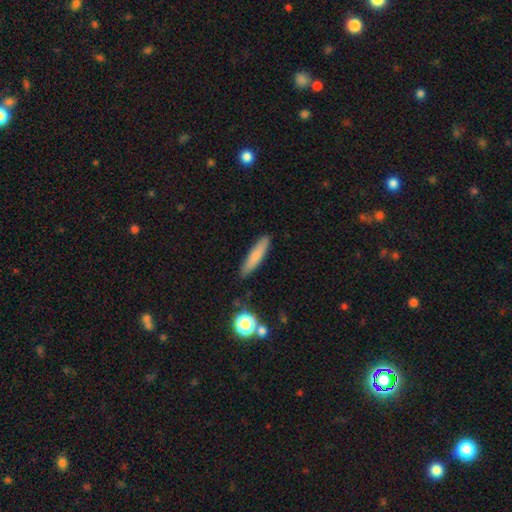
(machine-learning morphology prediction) A smooth galaxy with no disk features (77%) that is cigar-shaped (86%).

Vote fractions:
- Smooth or featured? smooth: 77% / featured or disk: 15% / star or artifact: 8%
- How rounded? cigar-shaped: 86% / in between: 13% / round: 2%
- Merging? none: 86% / minor disturbance: 10% / major disturbance: 2% / merger: 2%